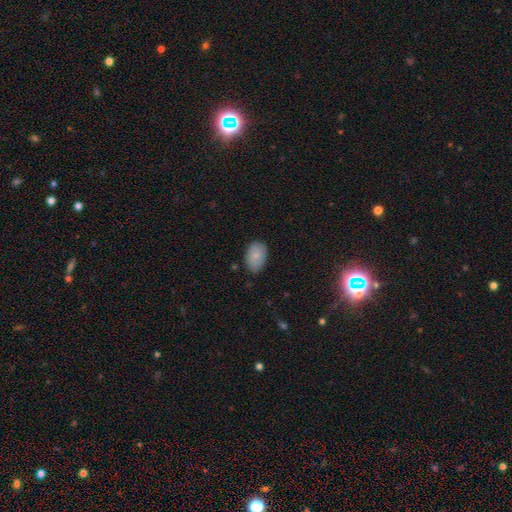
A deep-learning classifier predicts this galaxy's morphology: Smooth or featured?
  - smooth: 83% *
  - featured or disk: 10%
  - star or artifact: 7%
How rounded?
  - in between: 89% *
  - round: 10%
  - cigar-shaped: 1%
Merging?
  - none: 80% *
  - minor disturbance: 16%
  - major disturbance: 3%
  - merger: 1%